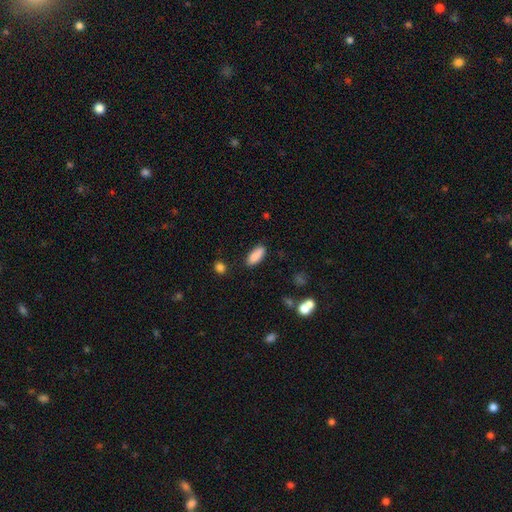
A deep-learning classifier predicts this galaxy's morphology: A smooth galaxy with no disk features (88%) that is in between round and cigar-shaped (76%).

Vote fractions:
- Smooth or featured? smooth: 88% / star or artifact: 7% / featured or disk: 5%
- How rounded? in between: 76% / cigar-shaped: 22% / round: 2%
- Merging? none: 85% / minor disturbance: 10% / major disturbance: 3% / merger: 2%